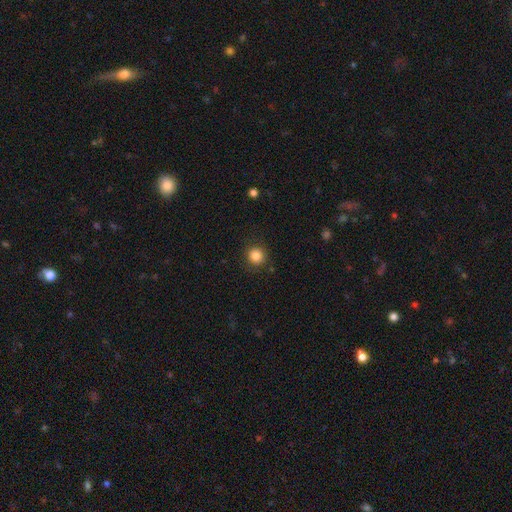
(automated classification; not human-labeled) Morphology: type=smooth (85%); roundness=round (92%); merging=none (89%).